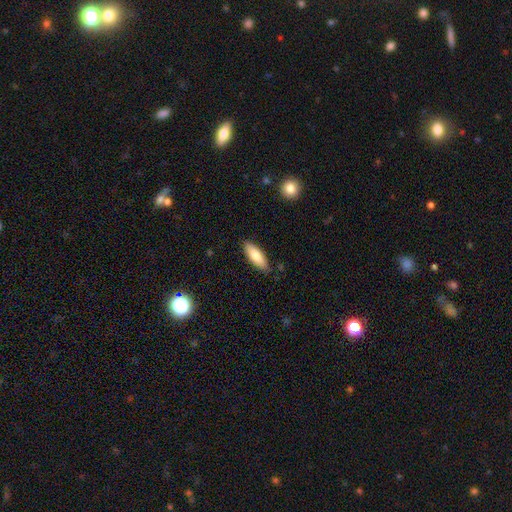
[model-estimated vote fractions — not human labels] smooth_or_featured: smooth (p=0.80) [alt: featured or disk p=0.14]
how_rounded: in between (p=0.65) [alt: cigar-shaped p=0.34]
merging: none (p=0.86) [alt: minor disturbance p=0.11]